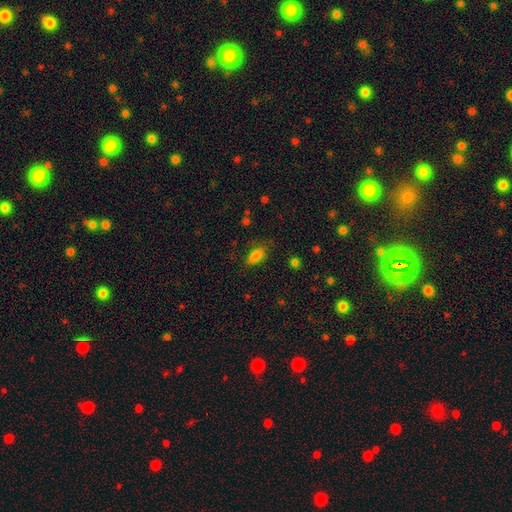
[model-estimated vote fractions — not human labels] smooth_or_featured: smooth (p=0.81) [alt: star or artifact p=0.10]
how_rounded: in between (p=0.86) [alt: cigar-shaped p=0.09]
merging: none (p=0.74) [alt: minor disturbance p=0.19]